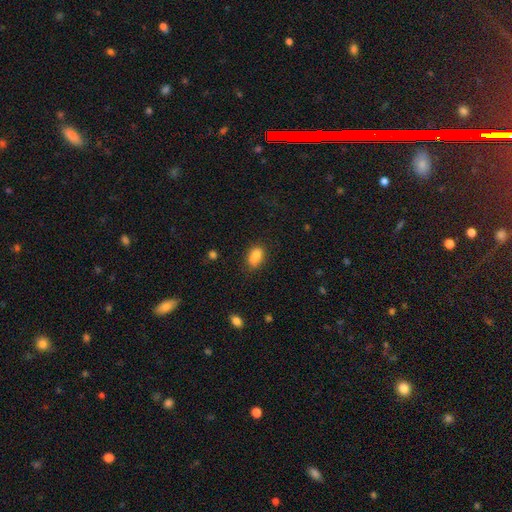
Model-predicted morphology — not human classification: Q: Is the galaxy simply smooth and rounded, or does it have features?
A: smooth — 76%.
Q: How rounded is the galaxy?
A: in between — 73%.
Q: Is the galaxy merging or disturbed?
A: none — 41%.